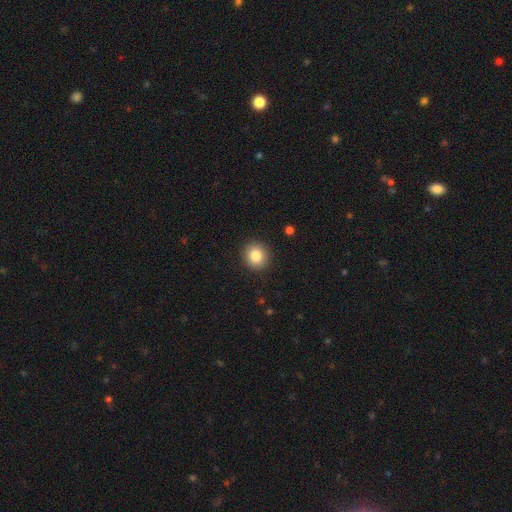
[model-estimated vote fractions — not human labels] Morphology: type=smooth (84%); roundness=round (87%); merging=none (91%).